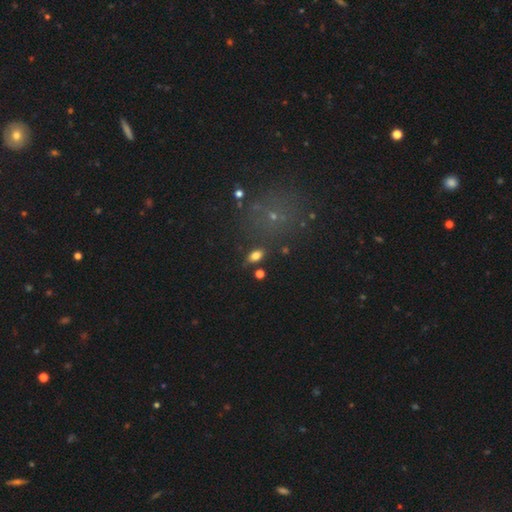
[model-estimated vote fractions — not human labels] Morphology: type=smooth (79%); roundness=in between (89%); merging=none (80%).